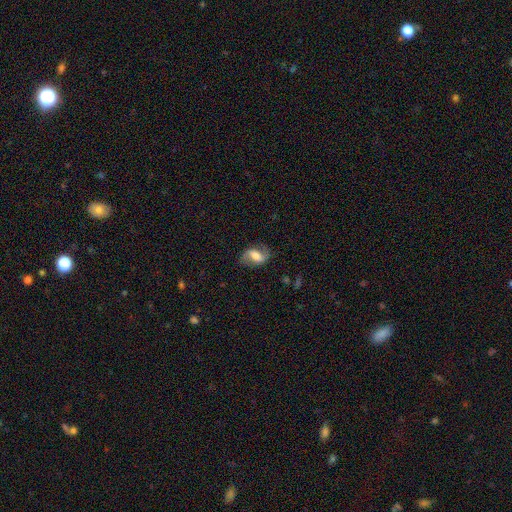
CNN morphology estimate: smooth_or_featured: featured or disk (p=0.73) [alt: smooth p=0.20]
disk_edge_on: no (p=0.97) [alt: yes p=0.03]
bar: weak (p=0.46) [alt: strong p=0.29]
has_spiral_arms: yes (p=0.92) [alt: no p=0.08]
spiral_winding: loose (p=0.52) [alt: medium p=0.38]
spiral_arm_count: 2 (p=0.91) [alt: can't tell p=0.03]
bulge_size: moderate (p=0.42) [alt: large p=0.30]
merging: none (p=0.77) [alt: minor disturbance p=0.15]